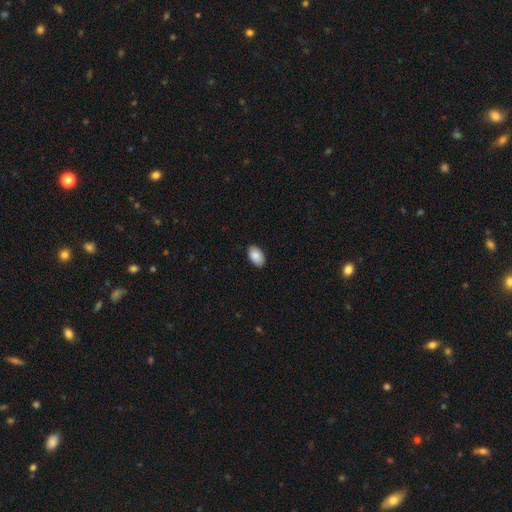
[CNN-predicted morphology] Overall: smooth (89%). How rounded: in between (94%). Merging: none (88%).